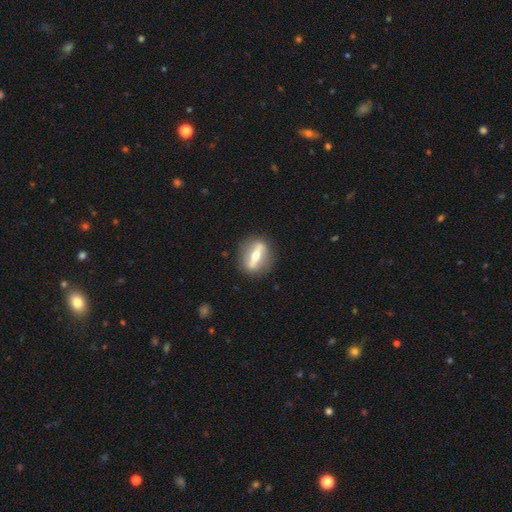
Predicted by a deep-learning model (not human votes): Smooth or featured? Predicted: featured or disk (p=0.71). Edge-on disk? Predicted: yes (p=0.56). Merging? Predicted: none (p=0.85).